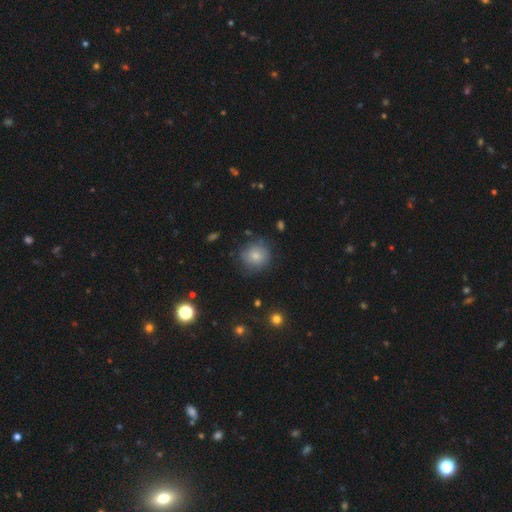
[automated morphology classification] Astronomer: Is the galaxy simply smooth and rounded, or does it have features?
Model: smooth — 79%.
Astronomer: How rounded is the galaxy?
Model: round — 88%.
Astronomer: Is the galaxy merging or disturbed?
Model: none — 76%.